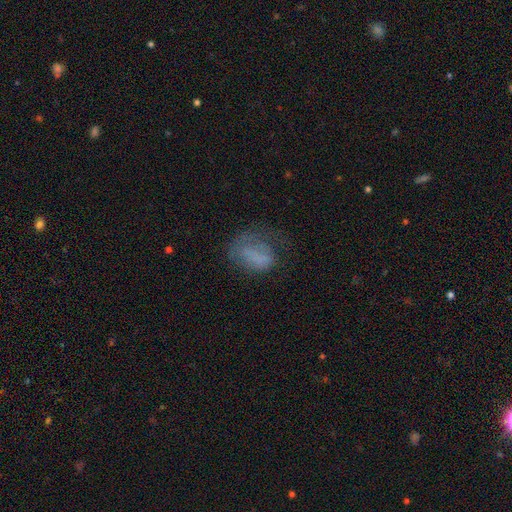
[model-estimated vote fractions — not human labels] This appears to be a smooth galaxy with no disk features (56%) that is in between round and cigar-shaped (74%). Merging: major disturbance (38%).